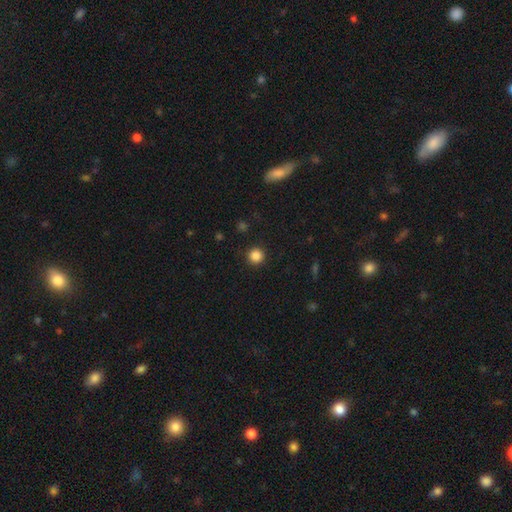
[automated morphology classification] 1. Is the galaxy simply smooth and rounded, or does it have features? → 86% smooth, 11% star or artifact, 3% featured or disk.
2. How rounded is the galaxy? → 96% round, 3% in between, 1% cigar-shaped.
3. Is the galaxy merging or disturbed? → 92% none, 5% minor disturbance, 2% major disturbance, 1% merger.